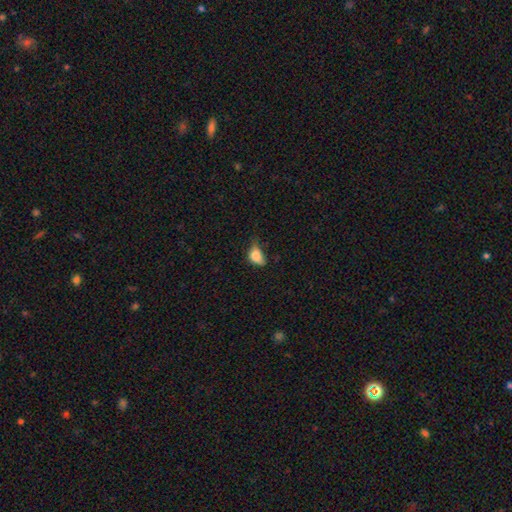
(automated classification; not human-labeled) The model was most divided on "merging": minor disturbance: 45%, none: 28%, major disturbance: 23%, merger: 3%. More confident: how rounded — in between (82%); smooth or featured — smooth (80%).